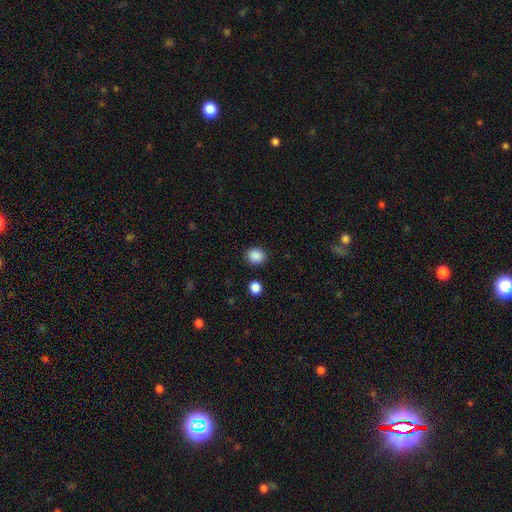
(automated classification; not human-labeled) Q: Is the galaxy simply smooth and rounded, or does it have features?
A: smooth — 88%.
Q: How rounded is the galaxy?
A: round — 73%.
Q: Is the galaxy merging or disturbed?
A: none — 88%.